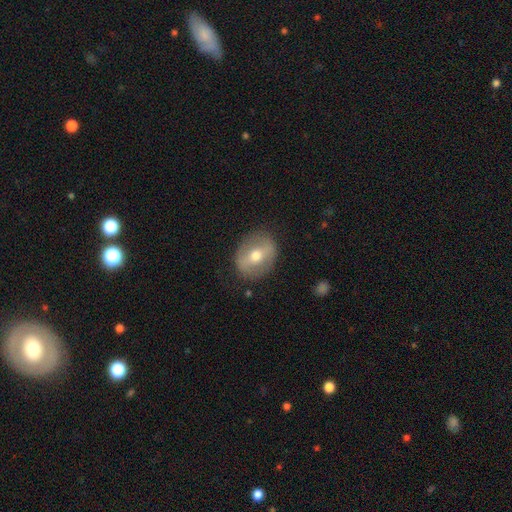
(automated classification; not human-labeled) Morphology: type=featured or disk (50%); merging=none (84%).